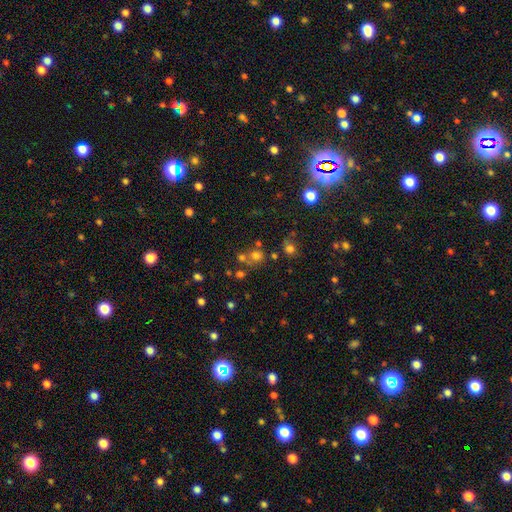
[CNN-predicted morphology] Smooth or featured?
  - smooth: 60% *
  - star or artifact: 27%
  - featured or disk: 13%
How rounded?
  - round: 76% *
  - in between: 23%
  - cigar-shaped: 1%
Merging?
  - none: 50% *
  - merger: 33%
  - minor disturbance: 11%
  - major disturbance: 7%